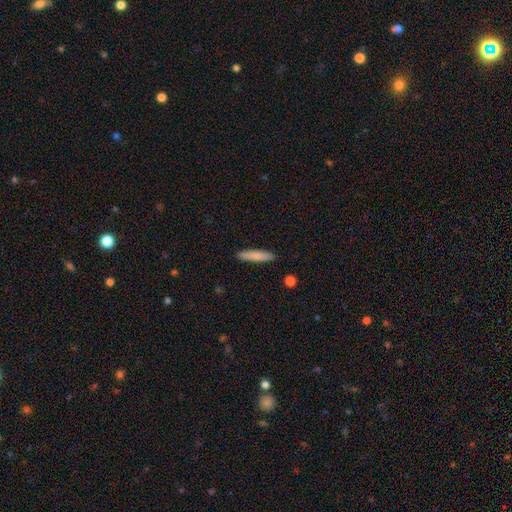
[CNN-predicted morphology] A smooth galaxy with no disk features (82%) that is cigar-shaped (87%).

Vote fractions:
- Smooth or featured? smooth: 82% / featured or disk: 12% / star or artifact: 6%
- How rounded? cigar-shaped: 87% / in between: 11% / round: 1%
- Merging? none: 90% / minor disturbance: 7% / major disturbance: 2% / merger: 1%